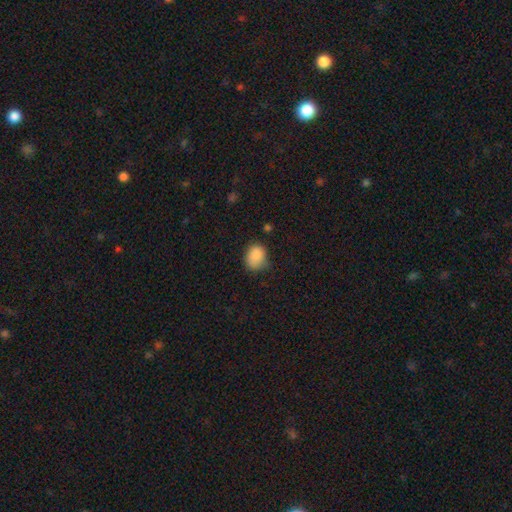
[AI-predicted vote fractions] Overall: smooth (87%). How rounded: in between (52%; round 47%). Merging: none (63%; minor disturbance 28%).